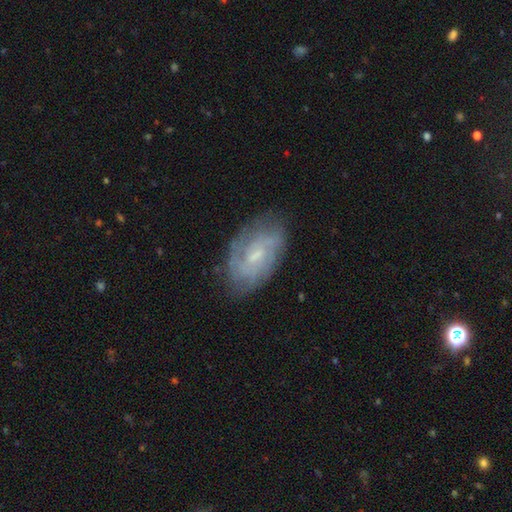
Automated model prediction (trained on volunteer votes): Smooth or featured? featured or disk (71%)
Edge-on disk? no (95%)
Bar? weak (49%)
Spiral arms? yes (86%)
Spiral winding? tight (52%)
Spiral arm count? can't tell (45%)
Bulge size? small (54%)
Merging? none (73%)